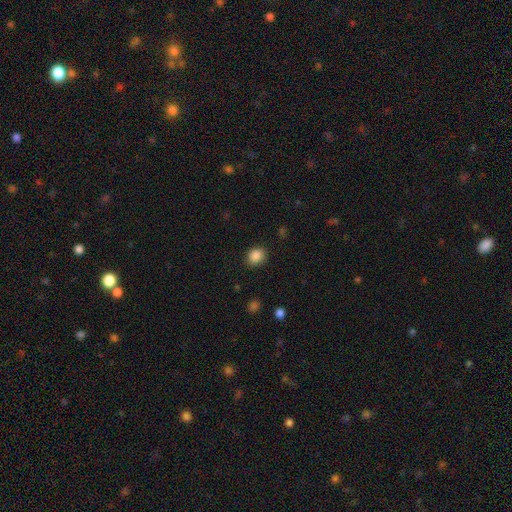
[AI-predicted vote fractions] A smooth galaxy with no disk features (87%) that is round (68%). Merging: none (87%).